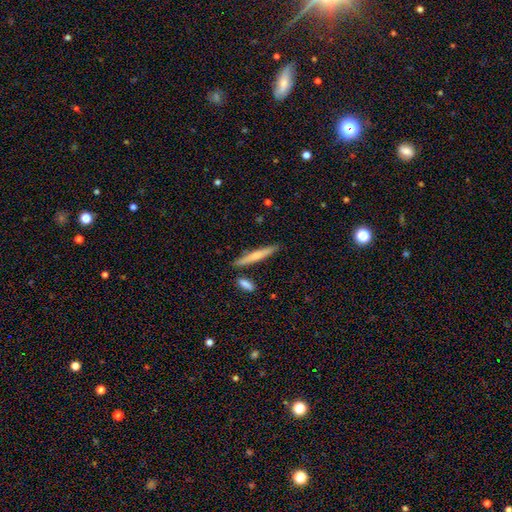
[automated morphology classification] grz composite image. It shows a smooth galaxy with no disk features (58%) that is cigar-shaped (93%). Merging: none (84%).